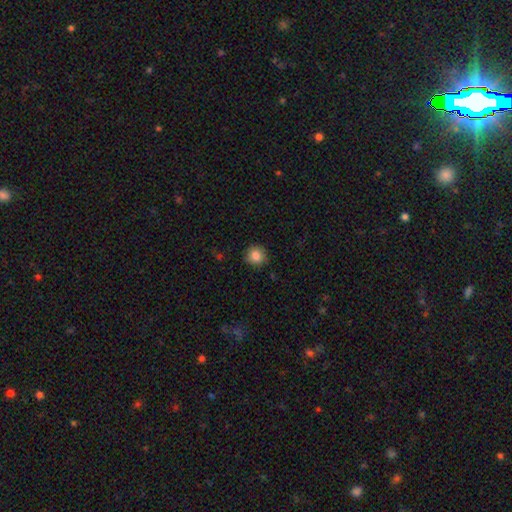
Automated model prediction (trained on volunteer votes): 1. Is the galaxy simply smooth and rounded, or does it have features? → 86% smooth, 10% star or artifact, 5% featured or disk.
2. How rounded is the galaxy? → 91% round, 8% in between, 1% cigar-shaped.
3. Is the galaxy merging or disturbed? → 88% none, 9% minor disturbance, 2% major disturbance, 1% merger.